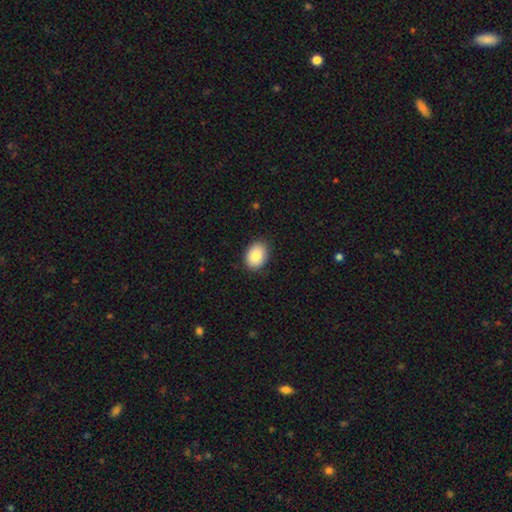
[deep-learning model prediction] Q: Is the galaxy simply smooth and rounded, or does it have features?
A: smooth — 85%.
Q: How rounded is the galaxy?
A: in between — 69%.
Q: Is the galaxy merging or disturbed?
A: none — 87%.